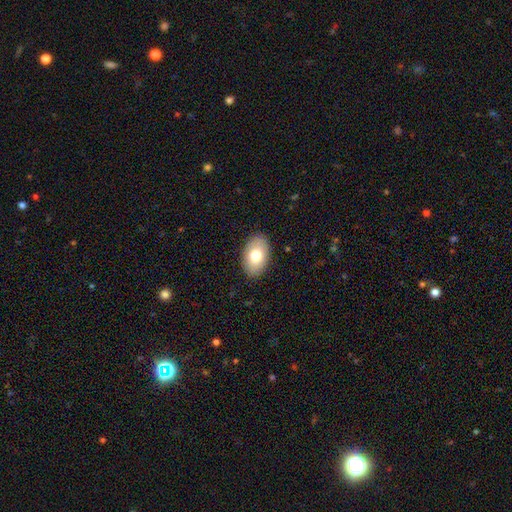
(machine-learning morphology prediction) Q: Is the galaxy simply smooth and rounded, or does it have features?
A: smooth — 76%.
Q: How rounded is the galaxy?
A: in between — 91%.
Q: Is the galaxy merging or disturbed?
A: none — 88%.